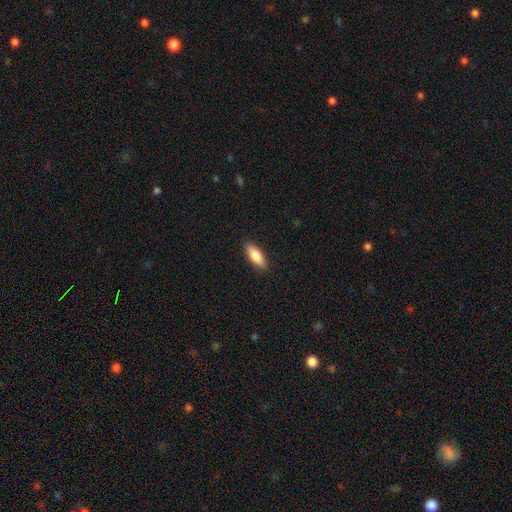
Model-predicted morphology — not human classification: Smooth or featured? Predicted: smooth (p=0.82). How rounded? Predicted: in between (p=0.68). Merging? Predicted: none (p=0.89).